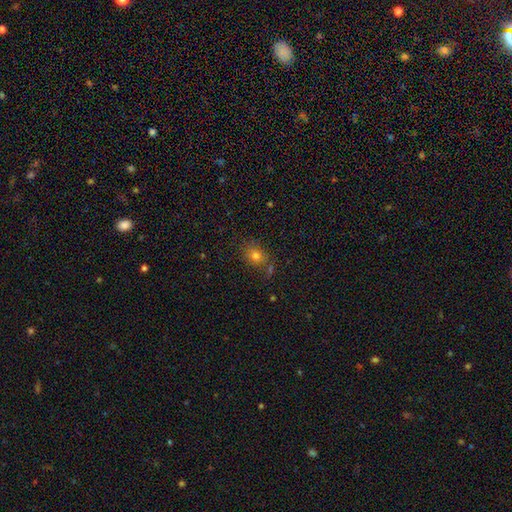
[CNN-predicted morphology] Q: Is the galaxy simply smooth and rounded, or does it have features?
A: smooth — 74%.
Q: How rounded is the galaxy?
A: round — 53%.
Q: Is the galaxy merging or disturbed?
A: none — 69%.